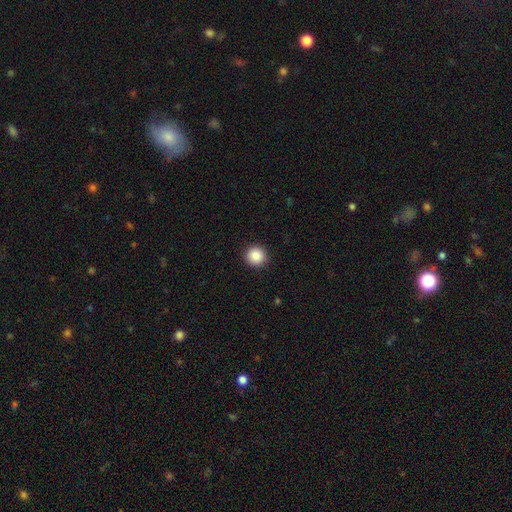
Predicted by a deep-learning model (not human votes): Smooth or featured?
  - smooth: 87% *
  - star or artifact: 9%
  - featured or disk: 4%
How rounded?
  - round: 94% *
  - in between: 5%
  - cigar-shaped: 1%
Merging?
  - none: 93% *
  - minor disturbance: 5%
  - major disturbance: 2%
  - merger: 1%